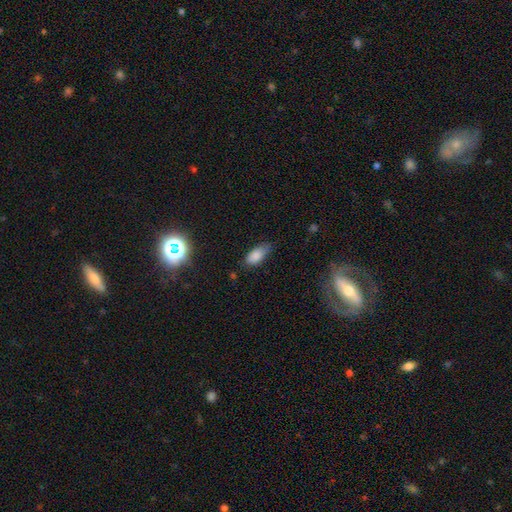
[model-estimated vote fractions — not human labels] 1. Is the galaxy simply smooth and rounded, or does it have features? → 82% smooth, 10% star or artifact, 8% featured or disk.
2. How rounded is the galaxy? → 87% in between, 9% cigar-shaped, 4% round.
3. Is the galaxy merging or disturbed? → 57% none, 34% minor disturbance, 7% major disturbance, 2% merger.